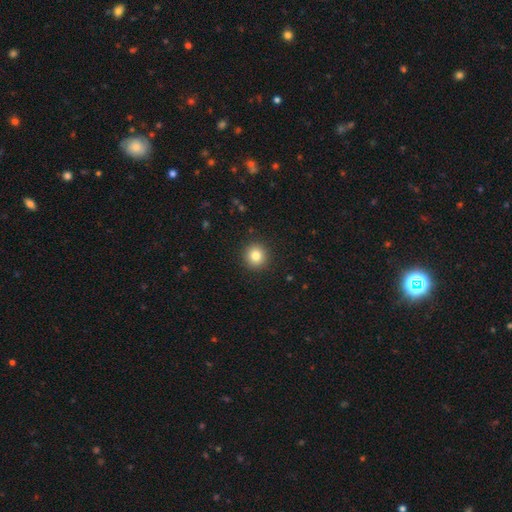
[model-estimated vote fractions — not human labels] smooth_or_featured: smooth (p=0.82) [alt: star or artifact p=0.11]
how_rounded: round (p=0.94) [alt: in between p=0.05]
merging: none (p=0.92) [alt: minor disturbance p=0.05]